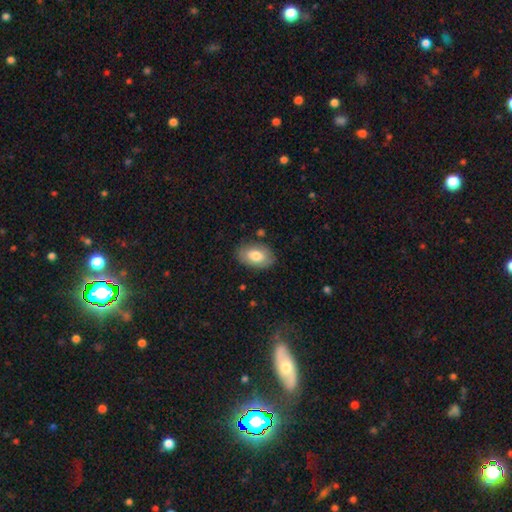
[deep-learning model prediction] smooth-or-featured: smooth: 72% | featured or disk: 21% | star or artifact: 6%
  how-rounded: in between: 90% | round: 8% | cigar-shaped: 1%
  merging: none: 80% | minor disturbance: 15% | major disturbance: 4% | merger: 2%